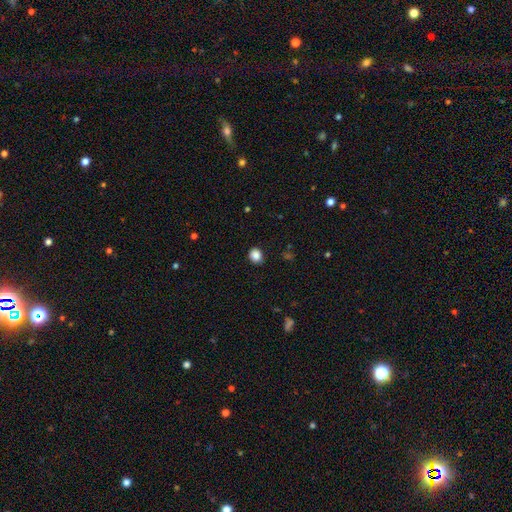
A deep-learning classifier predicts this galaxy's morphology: Smooth or featured?
  - smooth: 87% *
  - star or artifact: 10%
  - featured or disk: 4%
How rounded?
  - round: 65% *
  - in between: 34%
  - cigar-shaped: 1%
Merging?
  - none: 88% *
  - minor disturbance: 9%
  - major disturbance: 2%
  - merger: 1%